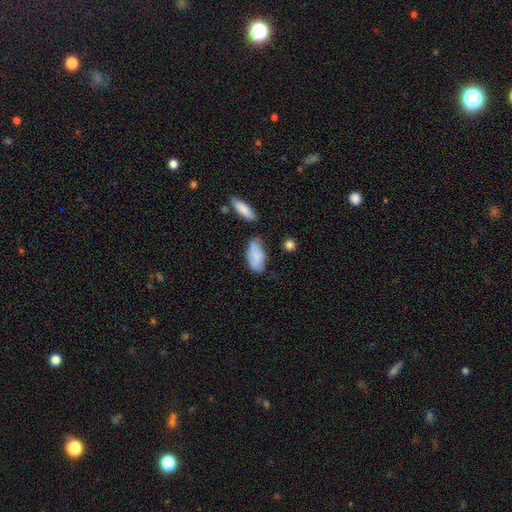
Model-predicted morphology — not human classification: Smooth or featured: smooth — 77% (featured or disk — 16%)
How rounded: in between — 90% (cigar-shaped — 7%)
Merging: none — 53% (minor disturbance — 30%)